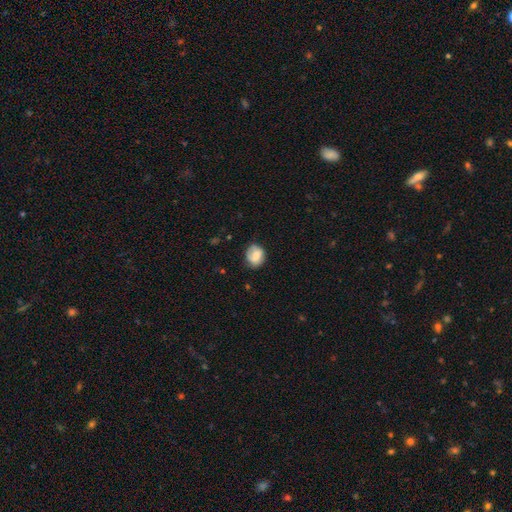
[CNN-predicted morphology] Q: Smooth or featured?
A: smooth (68%); runner-up: featured or disk (24%)
Q: How rounded?
A: round (61%); runner-up: in between (38%)
Q: Merging?
A: none (70%); runner-up: minor disturbance (22%)